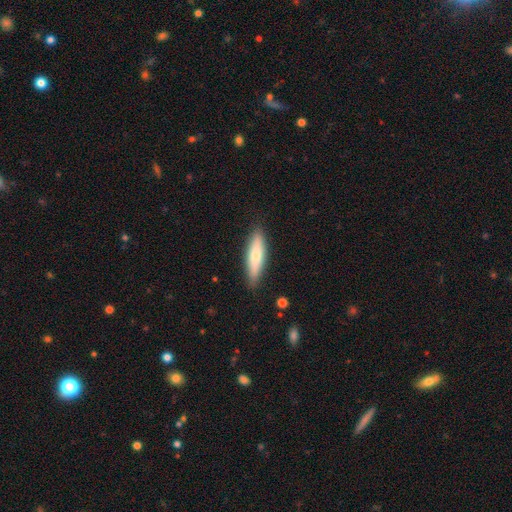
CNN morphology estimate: Overall: smooth (68%). How rounded: cigar-shaped (66%; in between 32%). Merging: none (86%).